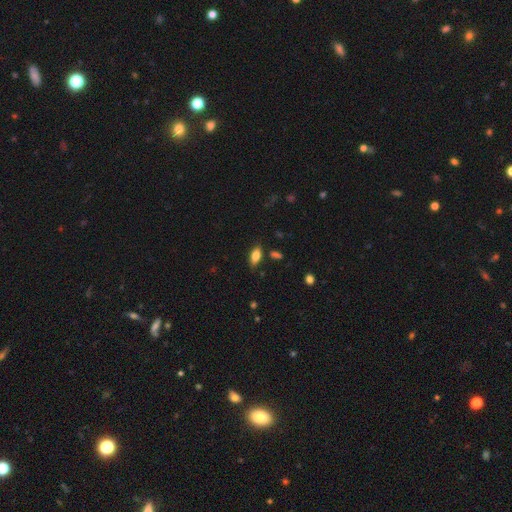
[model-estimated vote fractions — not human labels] The model was most divided on "merging": none: 79%, minor disturbance: 14%, merger: 3%, major disturbance: 3%. More confident: how rounded — in between (86%); smooth or featured — smooth (79%).